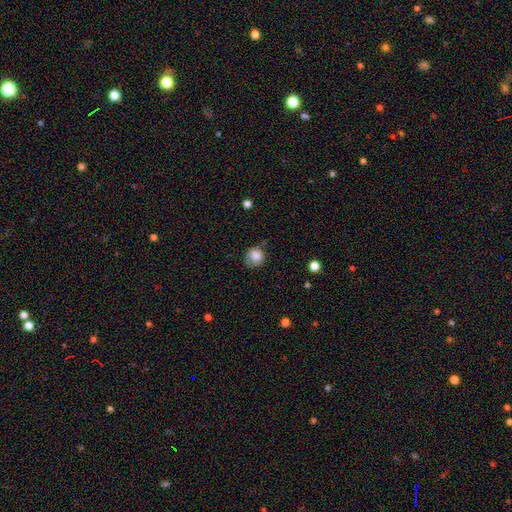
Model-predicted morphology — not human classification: A smooth galaxy with no disk features (83%) that is round (85%).

Vote fractions:
- Smooth or featured? smooth: 83% / star or artifact: 9% / featured or disk: 8%
- How rounded? round: 85% / in between: 14% / cigar-shaped: 1%
- Merging? none: 65% / minor disturbance: 25% / major disturbance: 8% / merger: 2%